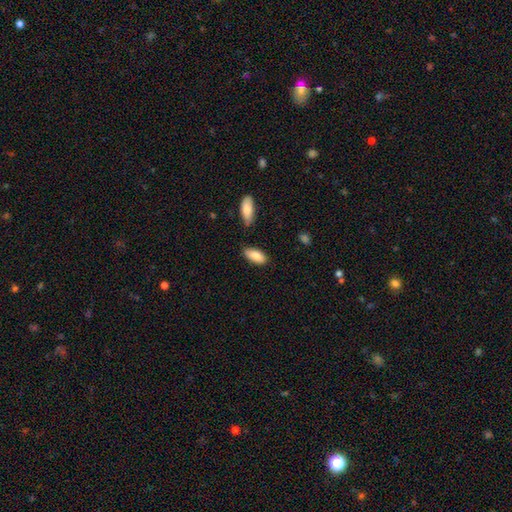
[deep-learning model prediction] A smooth galaxy with no disk features (87%) that is in between round and cigar-shaped (87%). Merging: none (78%).